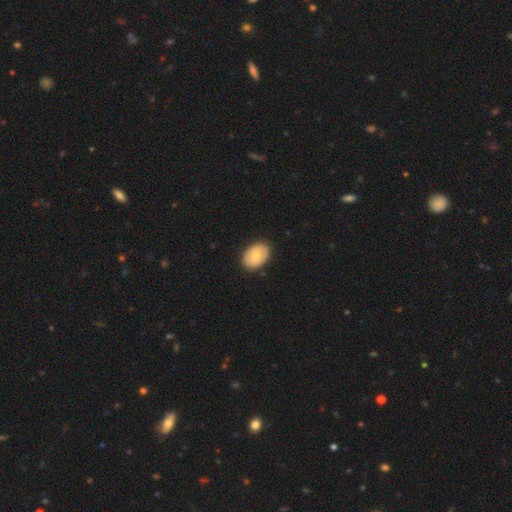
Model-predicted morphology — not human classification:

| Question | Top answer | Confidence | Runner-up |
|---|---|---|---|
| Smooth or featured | smooth | 72% | featured or disk (22%) |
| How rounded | in between | 81% | round (18%) |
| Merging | none | 87% | minor disturbance (10%) |